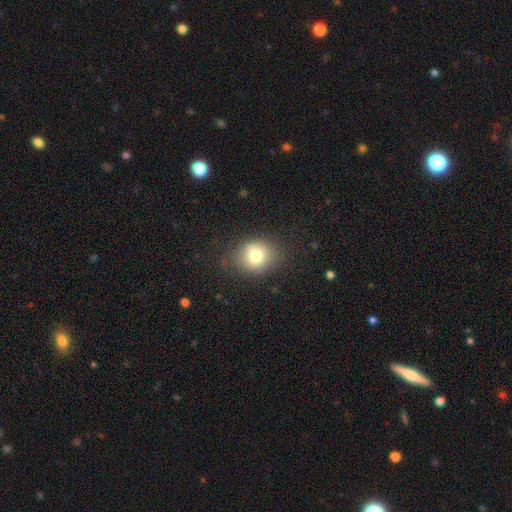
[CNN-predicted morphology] smooth_or_featured: smooth (p=0.74) [alt: featured or disk p=0.13]
how_rounded: round (p=0.64) [alt: in between p=0.35]
merging: none (p=0.78) [alt: minor disturbance p=0.15]